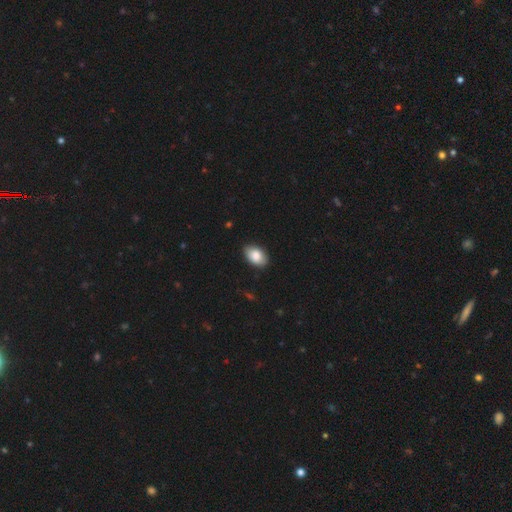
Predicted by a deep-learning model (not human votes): smooth-or-featured: smooth: 86% | featured or disk: 7% | star or artifact: 6%
  how-rounded: in between: 91% | round: 7% | cigar-shaped: 1%
  merging: none: 85% | minor disturbance: 12% | major disturbance: 2% | merger: 1%